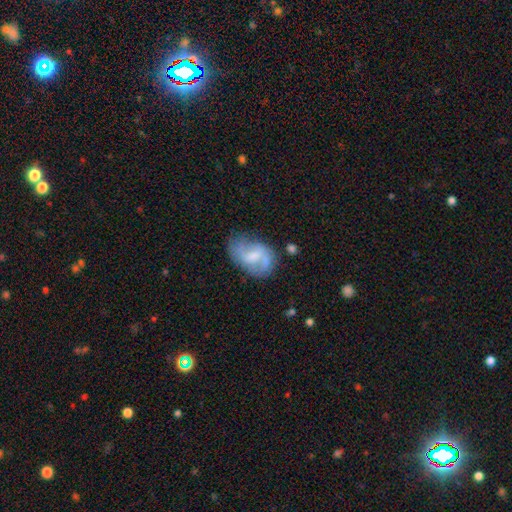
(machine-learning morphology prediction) Overall: featured or disk (61%; smooth 31%). Edge-on disk: no (96%). Bar: weak (54%; no 29%). Spiral arms: yes (80%). Bulge size: moderate (35%; small 34%). Merging: none (57%; minor disturbance 25%).